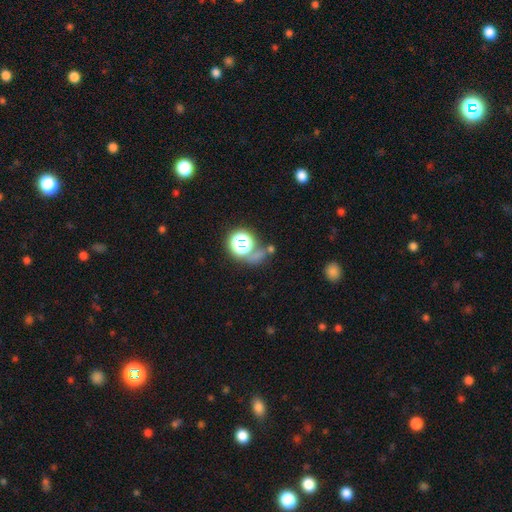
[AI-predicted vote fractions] smooth-or-featured: star or artifact: 51% | smooth: 38% | featured or disk: 12%